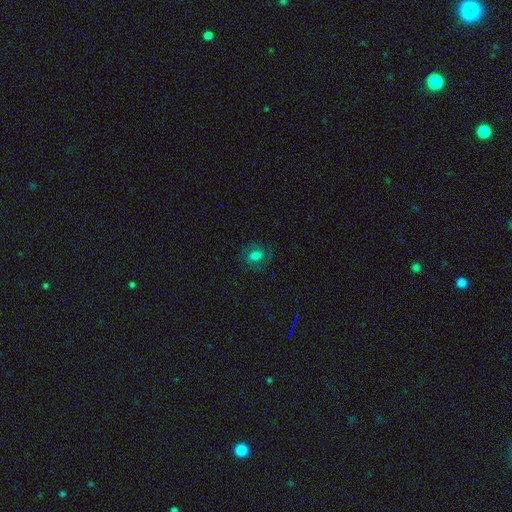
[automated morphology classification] featured or disk 54%, smooth 32%, star or artifact 13%. Down the decision tree: edge-on disk — no (97%); bar — weak (44%); spiral arms — yes (87%); bulge size — moderate (39%); merging — none (75%).